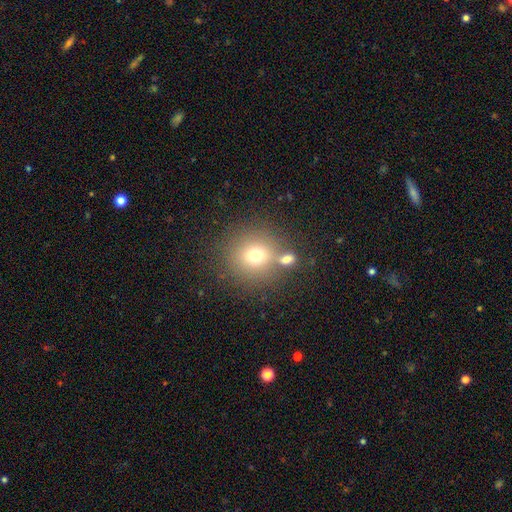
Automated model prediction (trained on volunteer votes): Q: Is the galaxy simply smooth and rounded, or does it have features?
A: smooth — 71%.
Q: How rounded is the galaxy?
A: round — 91%.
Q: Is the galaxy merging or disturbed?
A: none — 70%.